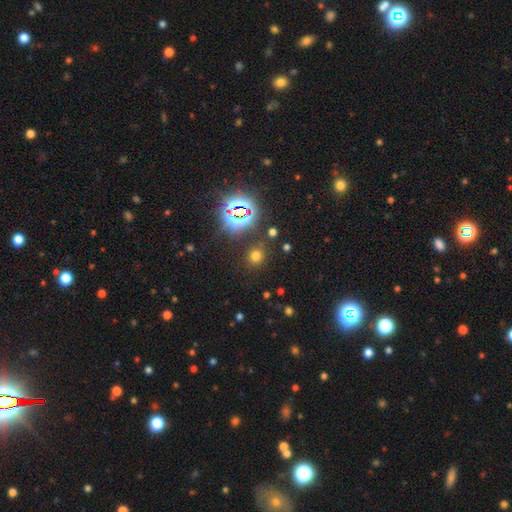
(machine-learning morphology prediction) Overall: smooth (61%; star or artifact 32%). How rounded: round (82%). Merging: none (85%).